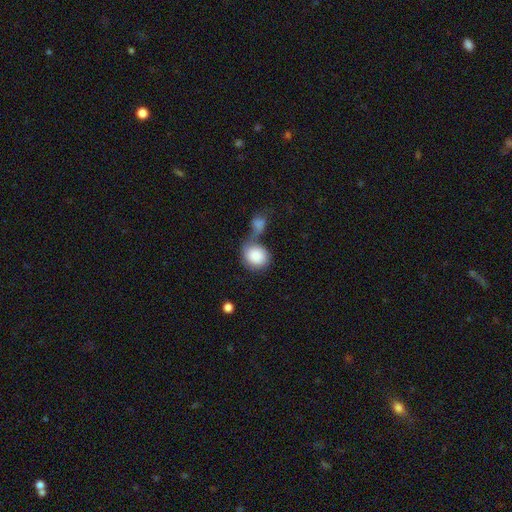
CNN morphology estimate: Smooth or featured: smooth — 87% (featured or disk — 7%)
How rounded: round — 71% (in between — 28%)
Merging: merger — 47% (none — 30%)